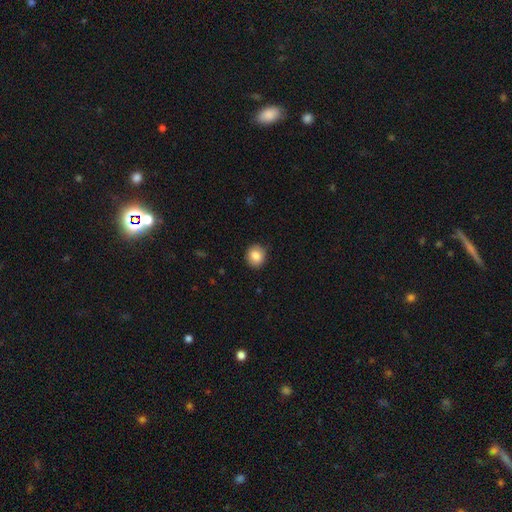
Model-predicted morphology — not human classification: A smooth galaxy with no disk features (85%) that is round (79%).

Vote fractions:
- Smooth or featured? smooth: 85% / star or artifact: 8% / featured or disk: 7%
- How rounded? round: 79% / in between: 21% / cigar-shaped: 1%
- Merging? none: 86% / minor disturbance: 11% / major disturbance: 2% / merger: 1%